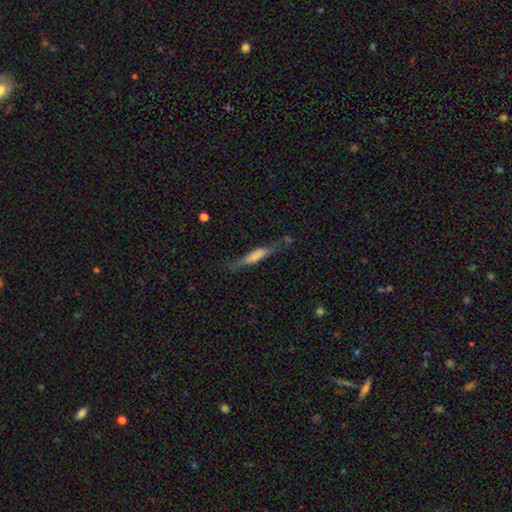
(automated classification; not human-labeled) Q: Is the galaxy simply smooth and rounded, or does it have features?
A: smooth — 58%.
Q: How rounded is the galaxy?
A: cigar-shaped — 83%.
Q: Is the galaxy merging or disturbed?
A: none — 64%.